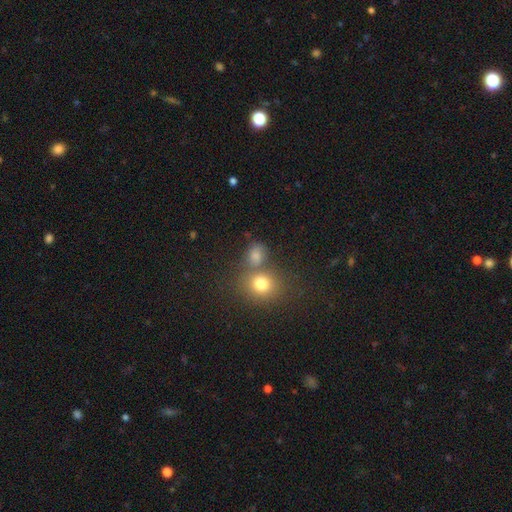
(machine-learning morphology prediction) Smooth or featured?
  - smooth: 77% *
  - star or artifact: 15%
  - featured or disk: 8%
How rounded?
  - round: 57% *
  - in between: 42%
  - cigar-shaped: 2%
Merging?
  - none: 52% *
  - merger: 32%
  - minor disturbance: 11%
  - major disturbance: 5%